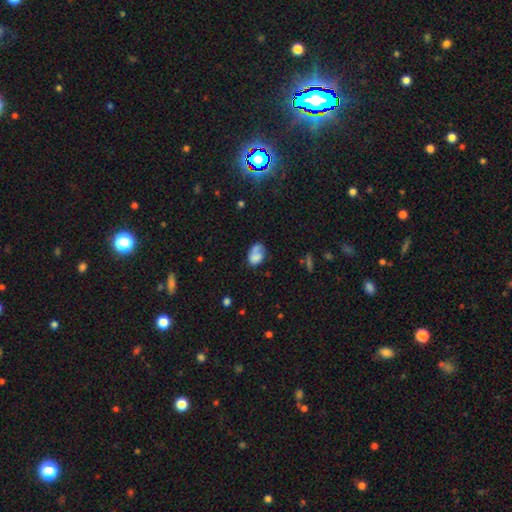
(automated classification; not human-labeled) A smooth galaxy with no disk features (66%) that is in between round and cigar-shaped (80%). Merging: none (42%).